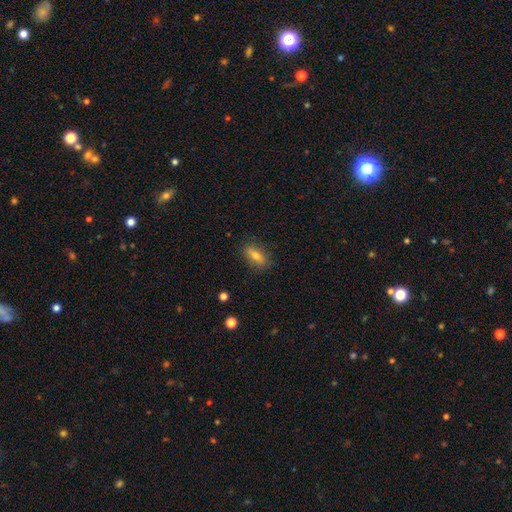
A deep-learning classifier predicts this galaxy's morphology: Q: Smooth or featured?
A: smooth (70%); runner-up: featured or disk (21%)
Q: How rounded?
A: in between (72%); runner-up: cigar-shaped (21%)
Q: Merging?
A: none (85%); runner-up: minor disturbance (11%)